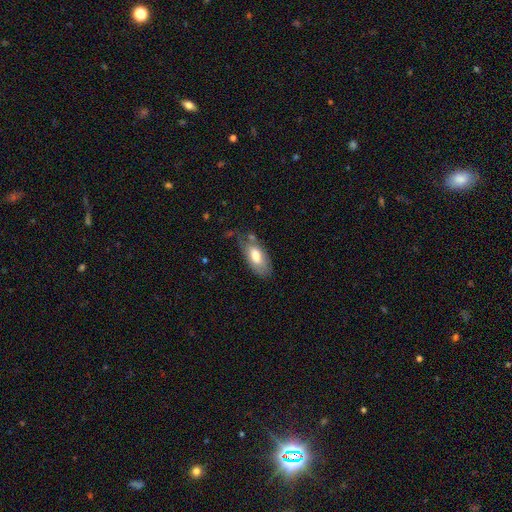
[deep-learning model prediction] Smooth or featured?
  - smooth: 68% *
  - featured or disk: 26%
  - star or artifact: 6%
How rounded?
  - in between: 88% *
  - cigar-shaped: 10%
  - round: 2%
Merging?
  - none: 54% *
  - minor disturbance: 30%
  - major disturbance: 11%
  - merger: 5%